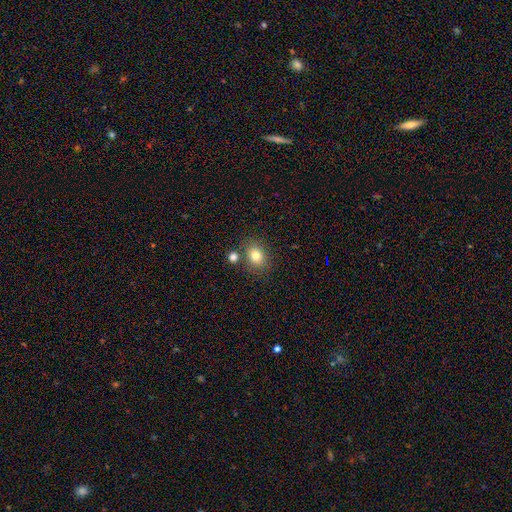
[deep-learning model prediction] A smooth galaxy with no disk features (80%) that is round (54%). Merging: none (73%).